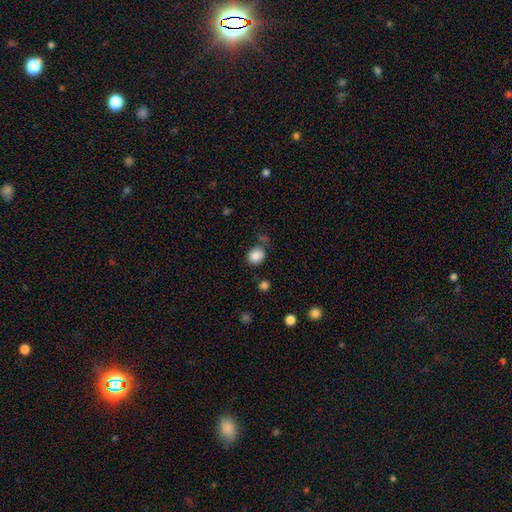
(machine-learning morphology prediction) smooth_or_featured: smooth (p=0.85) [alt: star or artifact p=0.09]
how_rounded: round (p=0.61) [alt: in between p=0.38]
merging: none (p=0.73) [alt: minor disturbance p=0.15]